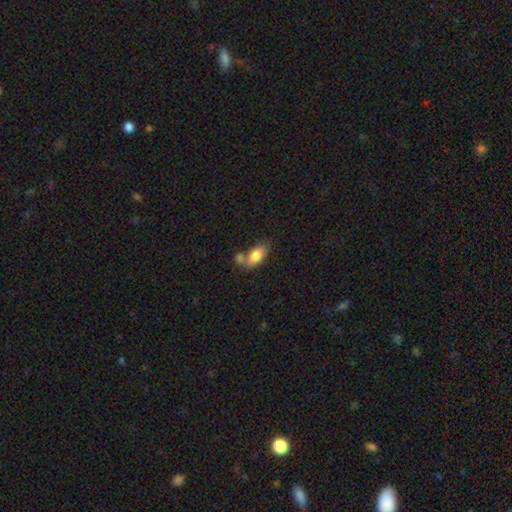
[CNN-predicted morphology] Smooth or featured? Predicted: smooth (p=0.80). How rounded? Predicted: in between (p=0.88). Merging? Predicted: none (p=0.45).